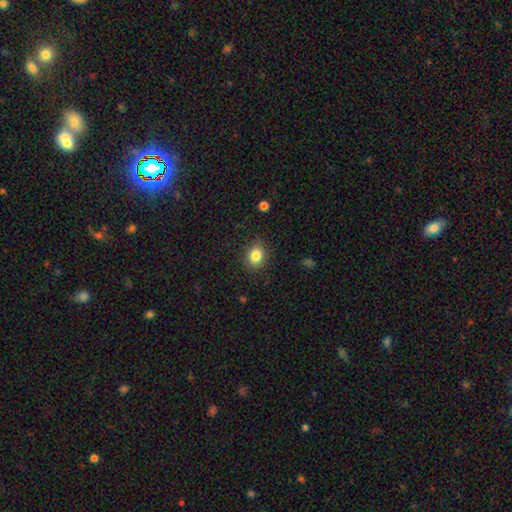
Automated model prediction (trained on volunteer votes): This appears to be a smooth galaxy with no disk features (84%) that is round (52%). Merging: none (85%).